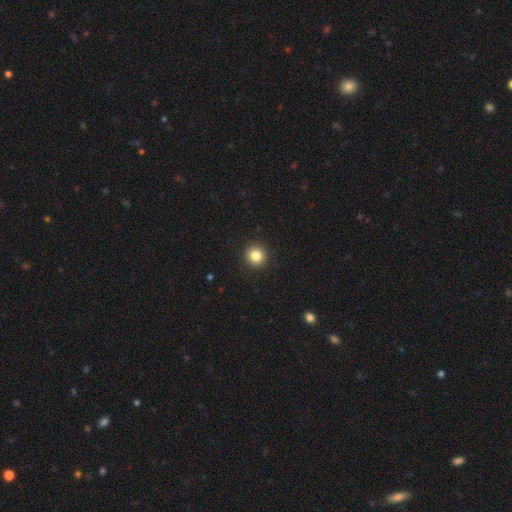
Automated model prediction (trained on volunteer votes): smooth 83%, star or artifact 11%, featured or disk 6%. Down the decision tree: how rounded — round (94%); merging — none (93%).